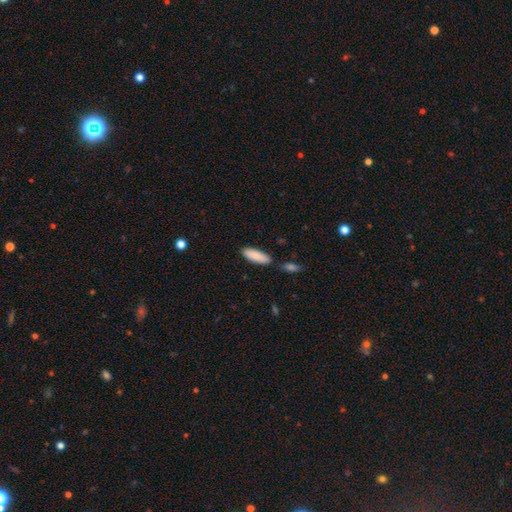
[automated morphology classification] A smooth galaxy with no disk features (88%) that is in between round and cigar-shaped (60%). Merging: none (81%).